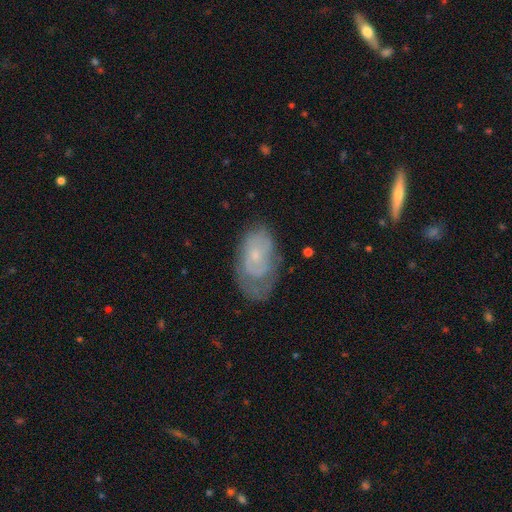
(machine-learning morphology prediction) Overall: featured or disk (59%; smooth 33%). Edge-on disk: no (94%). Bar: no (78%). Spiral arms: yes (69%; no 31%). Bulge size: small (69%). Merging: none (55%; minor disturbance 27%).